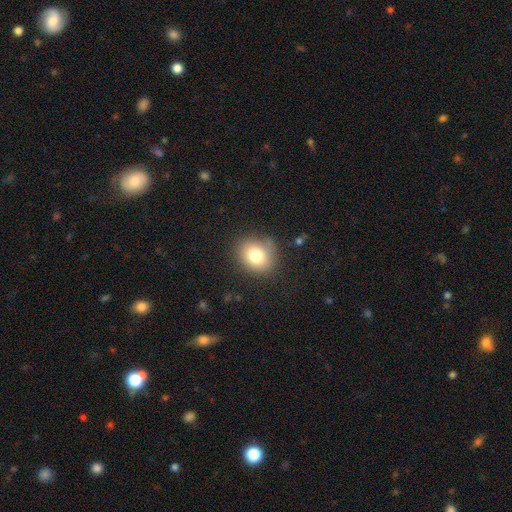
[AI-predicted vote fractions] Q: Smooth or featured?
A: smooth (78%); runner-up: star or artifact (11%)
Q: How rounded?
A: round (65%); runner-up: in between (34%)
Q: Merging?
A: none (81%); runner-up: minor disturbance (13%)